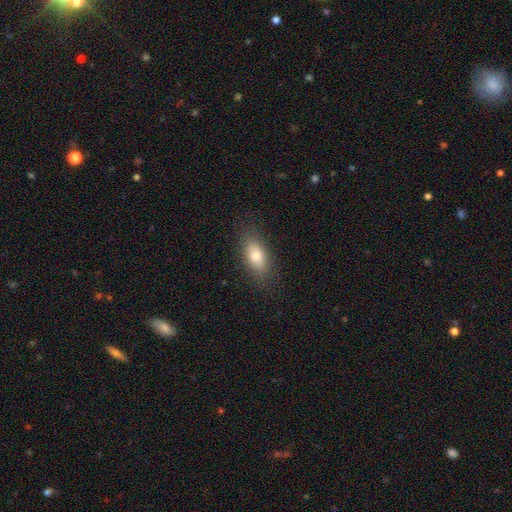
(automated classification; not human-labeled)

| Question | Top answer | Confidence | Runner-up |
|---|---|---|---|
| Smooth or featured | smooth | 78% | featured or disk (14%) |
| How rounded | in between | 84% | cigar-shaped (10%) |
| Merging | none | 84% | minor disturbance (11%) |